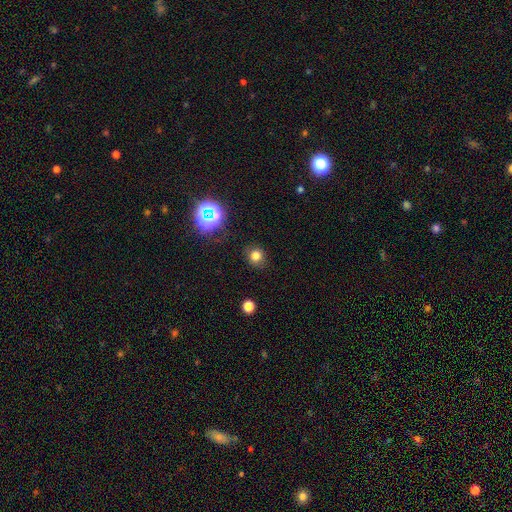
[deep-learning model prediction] Smooth or featured?
  - smooth: 76% *
  - star or artifact: 18%
  - featured or disk: 6%
How rounded?
  - round: 84% *
  - in between: 15%
  - cigar-shaped: 1%
Merging?
  - none: 84% *
  - minor disturbance: 11%
  - major disturbance: 4%
  - merger: 1%